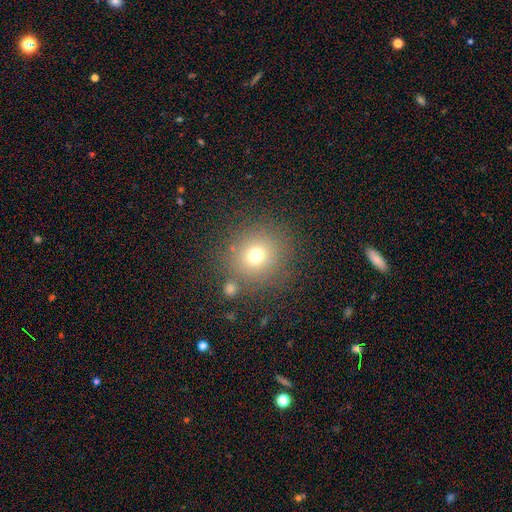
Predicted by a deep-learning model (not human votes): This is likely a smooth galaxy (70%). How rounded: clearly round (92%). Merging: likely none (80%).